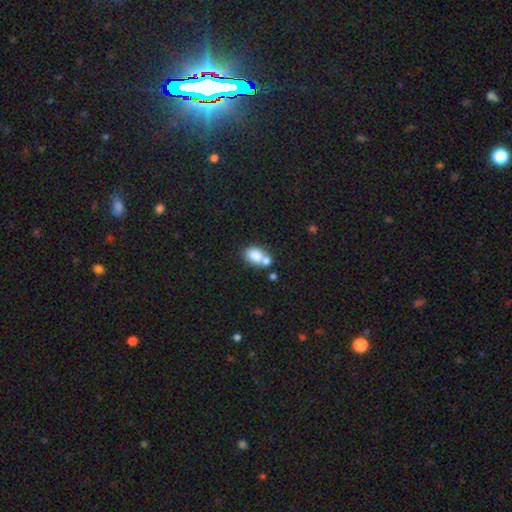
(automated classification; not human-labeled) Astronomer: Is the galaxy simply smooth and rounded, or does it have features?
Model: smooth — 79%.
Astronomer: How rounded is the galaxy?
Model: in between — 71%.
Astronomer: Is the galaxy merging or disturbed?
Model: merger — 47% (runner-up: none, 36%).